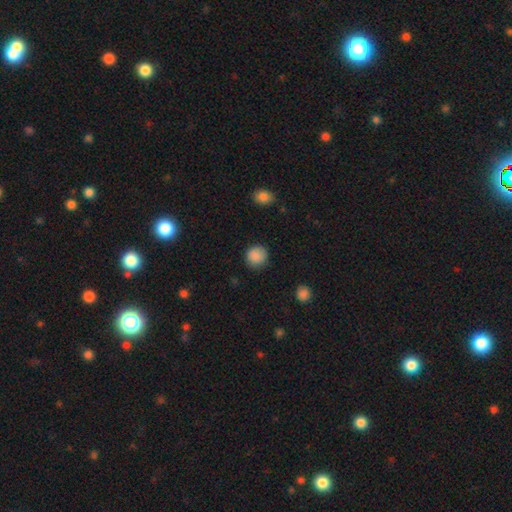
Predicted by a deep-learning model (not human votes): smooth-or-featured: smooth: 88% | star or artifact: 8% | featured or disk: 3%
  how-rounded: round: 92% | in between: 7% | cigar-shaped: 1%
  merging: none: 88% | minor disturbance: 9% | major disturbance: 3% | merger: 1%